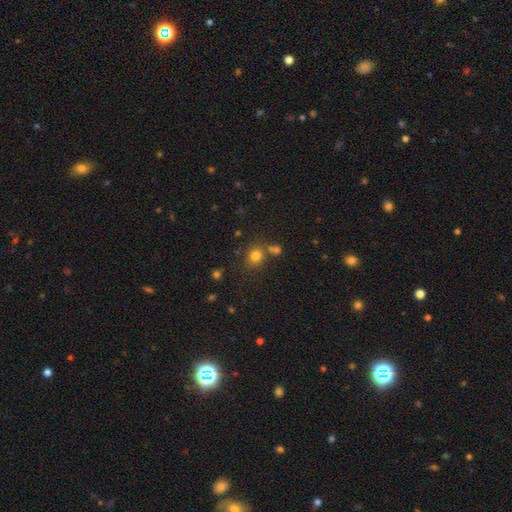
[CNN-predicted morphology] A smooth galaxy with no disk features (78%) that is round (72%). Merging: none (70%).